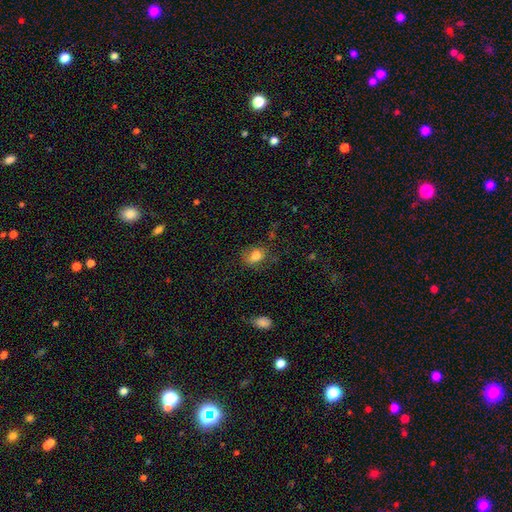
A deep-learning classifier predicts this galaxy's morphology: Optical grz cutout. It shows a smooth galaxy with no disk features (79%) that is in between round and cigar-shaped (72%). Merging: none (62%).